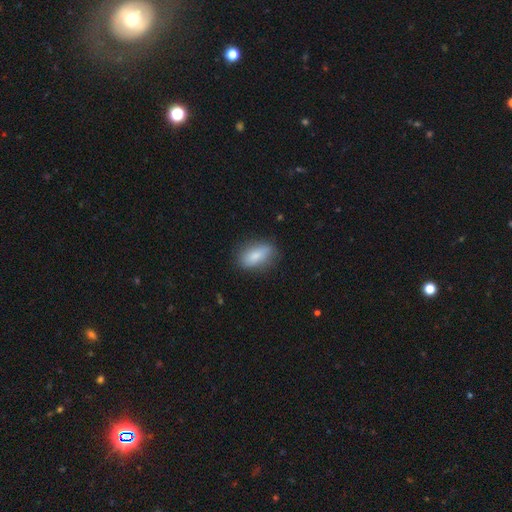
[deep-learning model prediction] Smooth or featured? Predicted: smooth (p=0.81). How rounded? Predicted: in between (p=0.84). Merging? Predicted: none (p=0.77).